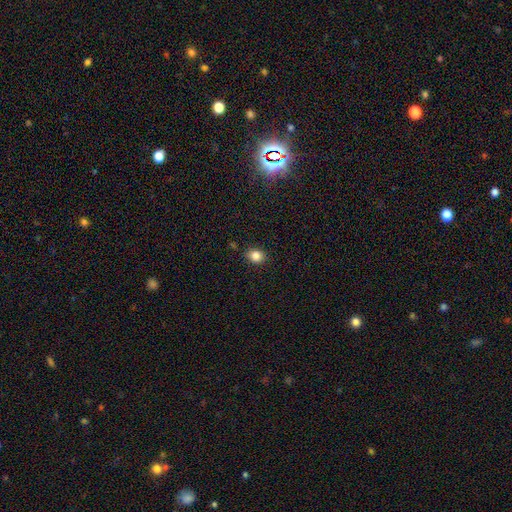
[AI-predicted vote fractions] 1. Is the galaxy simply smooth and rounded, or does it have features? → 84% smooth, 11% star or artifact, 6% featured or disk.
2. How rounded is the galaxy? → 52% round, 47% in between, 1% cigar-shaped.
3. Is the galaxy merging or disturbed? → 87% none, 9% minor disturbance, 2% major disturbance, 2% merger.